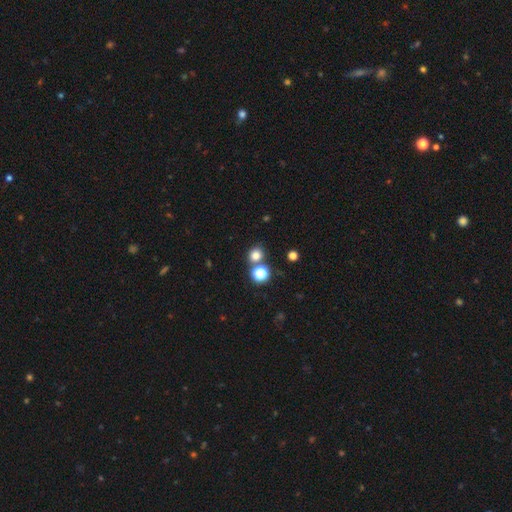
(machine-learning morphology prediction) smooth 76%, star or artifact 18%, featured or disk 6%. Down the decision tree: how rounded — round (82%); merging — none (70%).